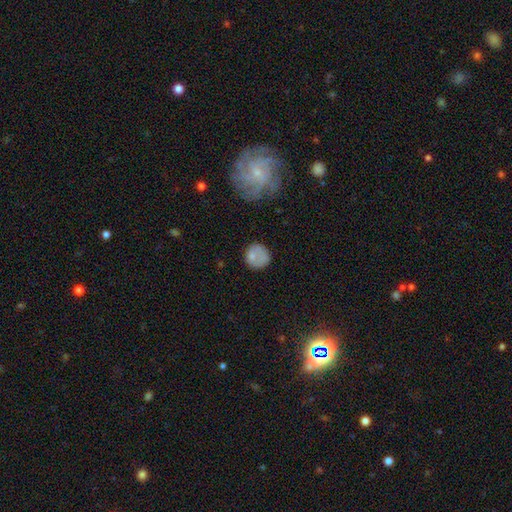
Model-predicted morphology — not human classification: Smooth or featured? smooth (77%)
How rounded? round (88%)
Merging? none (69%)